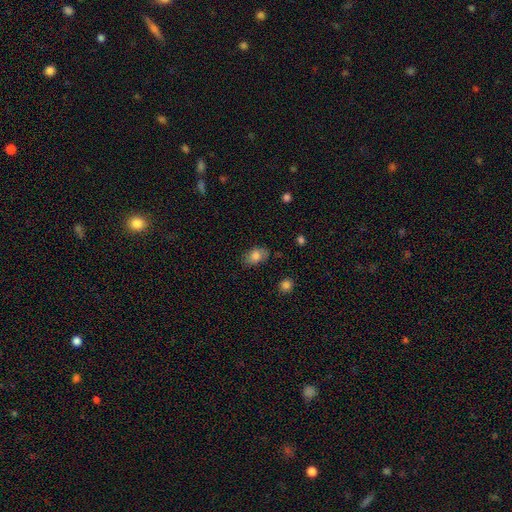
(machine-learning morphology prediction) smooth_or_featured: smooth (p=0.80) [alt: featured or disk p=0.11]
how_rounded: in between (p=0.83) [alt: round p=0.15]
merging: none (p=0.74) [alt: minor disturbance p=0.20]